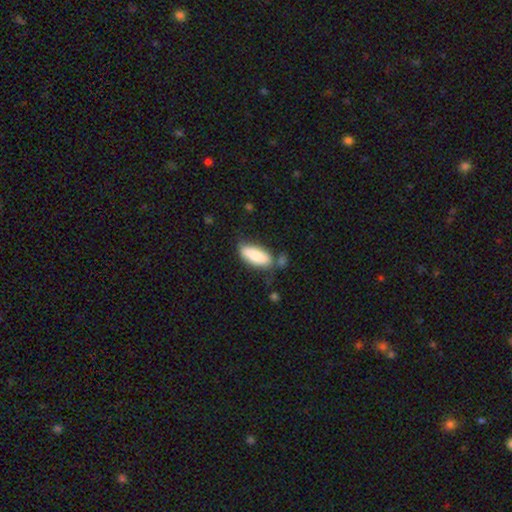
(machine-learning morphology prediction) This is clearly a smooth galaxy (84%). How rounded: likely in between (77%). Merging: likely none (63%).